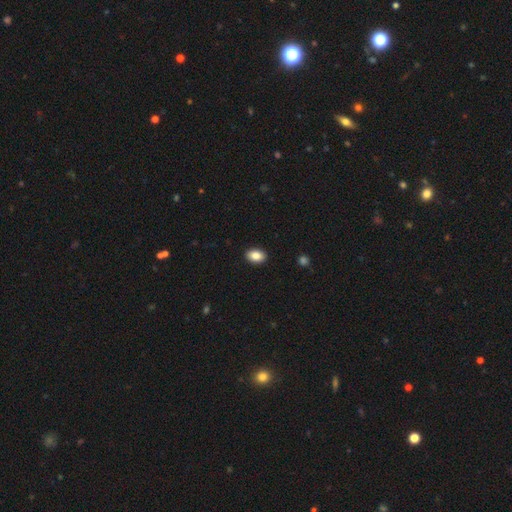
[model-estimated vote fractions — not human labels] smooth_or_featured: smooth (p=0.86) [alt: star or artifact p=0.08]
how_rounded: in between (p=0.85) [alt: round p=0.14]
merging: none (p=0.91) [alt: minor disturbance p=0.07]